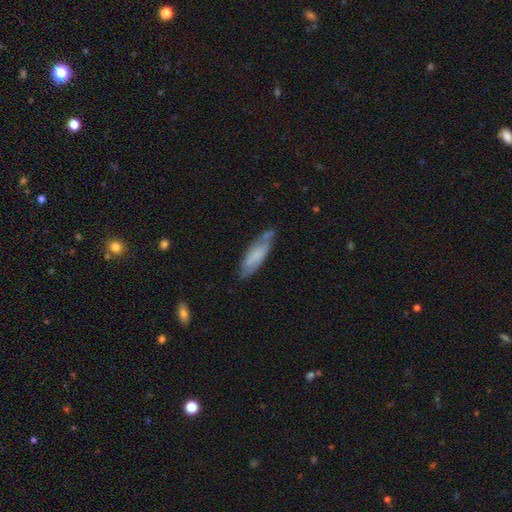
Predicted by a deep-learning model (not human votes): Morphology: type=smooth (65%); roundness=cigar-shaped (54%); merging=none (62%).